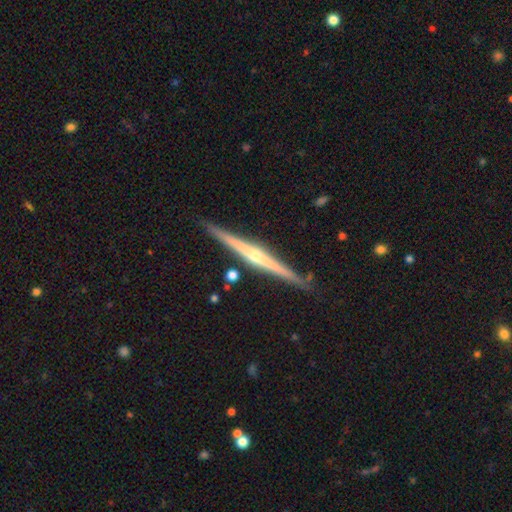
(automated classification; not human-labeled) featured or disk 81%, smooth 14%, star or artifact 5%. Down the decision tree: edge-on disk — yes (98%); edge-on bulge — rounded (78%); merging — none (89%).